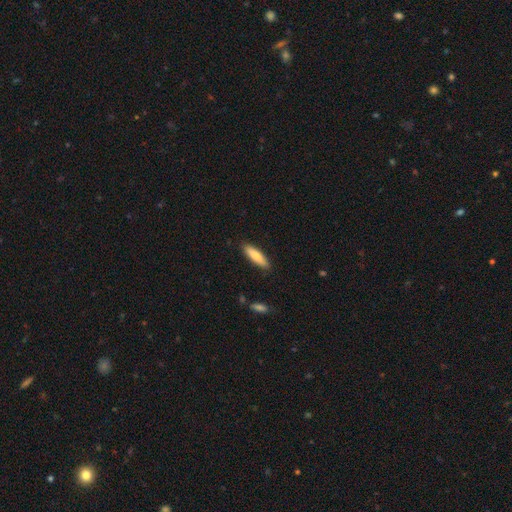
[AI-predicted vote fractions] Morphology: type=smooth (81%); roundness=cigar-shaped (70%); merging=none (88%).